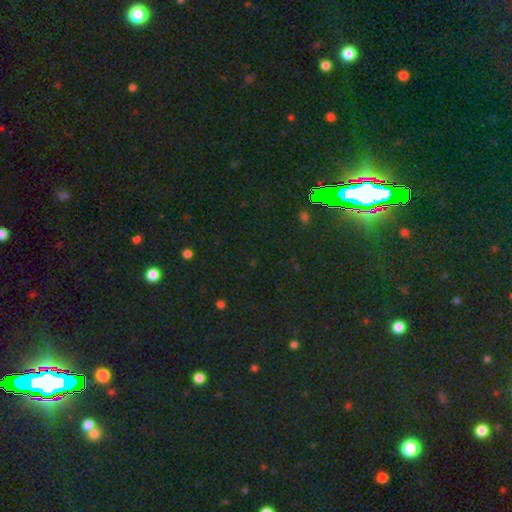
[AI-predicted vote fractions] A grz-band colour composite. It shows a star or artifact, not a galaxy (79%).